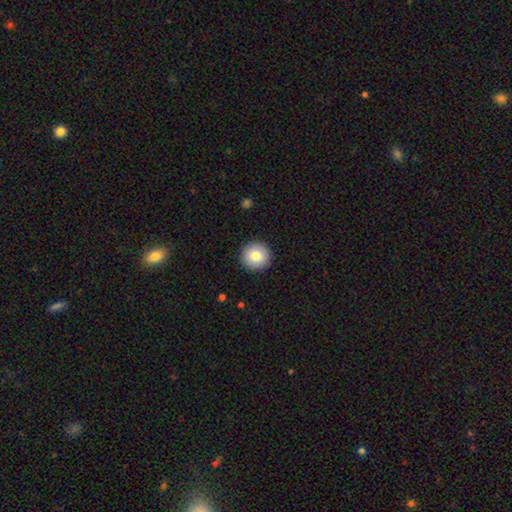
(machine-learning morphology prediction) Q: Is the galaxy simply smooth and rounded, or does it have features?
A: smooth — 82%.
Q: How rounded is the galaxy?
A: round — 95%.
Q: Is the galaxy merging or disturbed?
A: none — 93%.